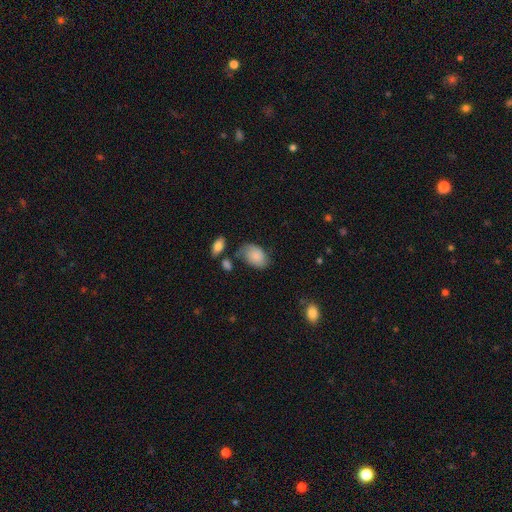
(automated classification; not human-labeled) Smooth or featured?
  - smooth: 78% *
  - featured or disk: 14%
  - star or artifact: 7%
How rounded?
  - in between: 88% *
  - round: 10%
  - cigar-shaped: 1%
Merging?
  - none: 58% *
  - minor disturbance: 28%
  - major disturbance: 9%
  - merger: 6%